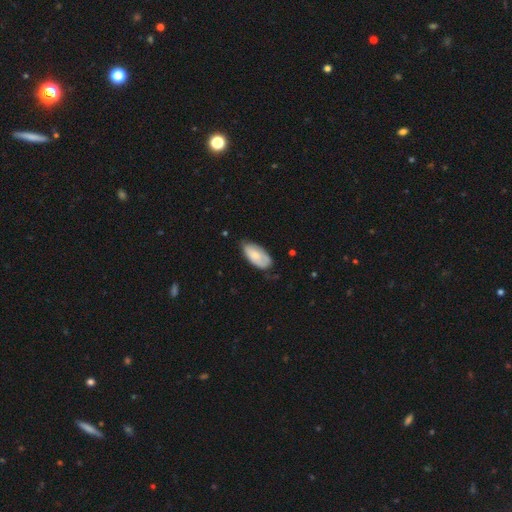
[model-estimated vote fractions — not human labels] Smooth or featured? smooth (70%)
How rounded? in between (93%)
Merging? none (60%)